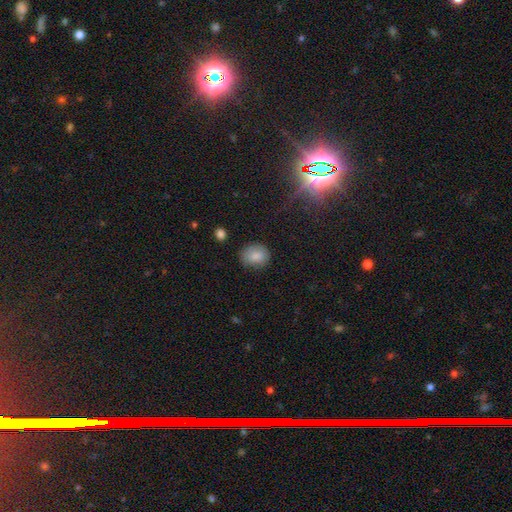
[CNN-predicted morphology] Q: Smooth or featured?
A: smooth (84%); runner-up: star or artifact (9%)
Q: How rounded?
A: round (62%); runner-up: in between (37%)
Q: Merging?
A: none (81%); runner-up: minor disturbance (14%)